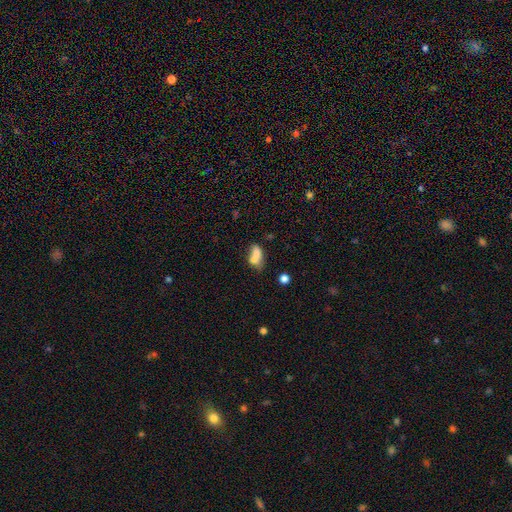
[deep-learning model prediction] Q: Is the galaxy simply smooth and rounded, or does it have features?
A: smooth — 68%.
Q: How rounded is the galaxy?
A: in between — 74%.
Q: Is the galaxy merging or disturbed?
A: merger — 58%.